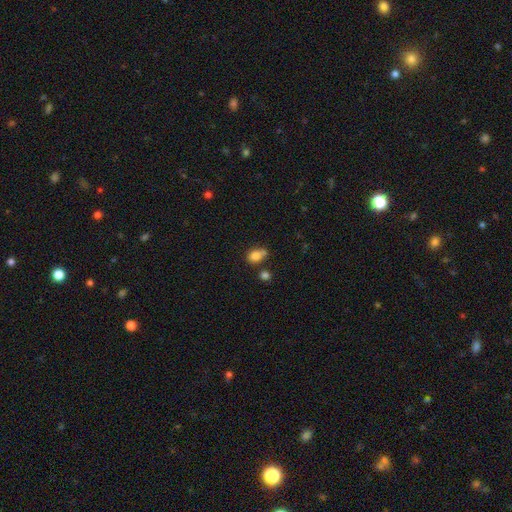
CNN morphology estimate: This is clearly a smooth galaxy (81%). How rounded: likely in between (72%). Merging: possibly none (46%).